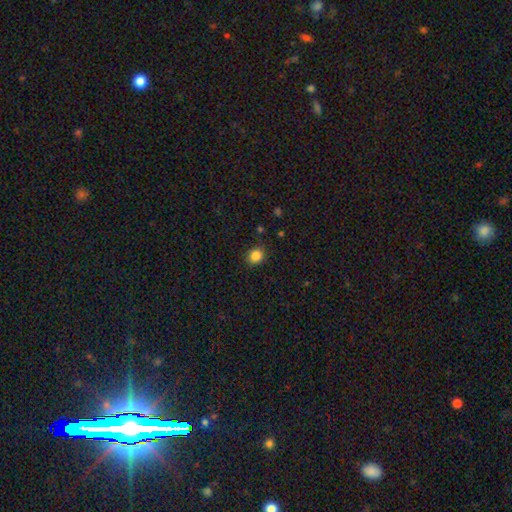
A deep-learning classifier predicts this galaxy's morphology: type=smooth (85%); roundness=round (76%); merging=none (87%).